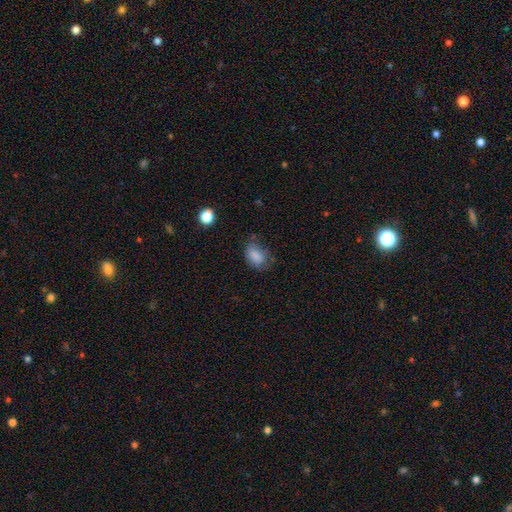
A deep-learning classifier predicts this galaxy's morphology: A smooth galaxy with no disk features (84%) that is in between round and cigar-shaped (84%). Merging: none (58%).